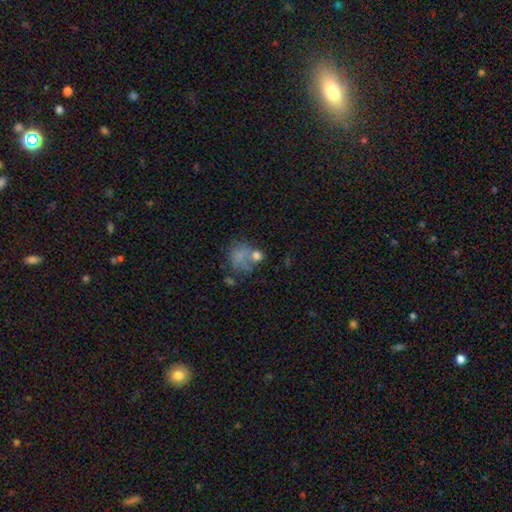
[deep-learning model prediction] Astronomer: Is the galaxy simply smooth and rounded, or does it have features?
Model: smooth — 64%.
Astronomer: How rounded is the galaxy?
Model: round — 59% (runner-up: in between, 40%).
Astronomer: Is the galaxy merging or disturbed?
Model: none — 32% (runner-up: merger, 31%).